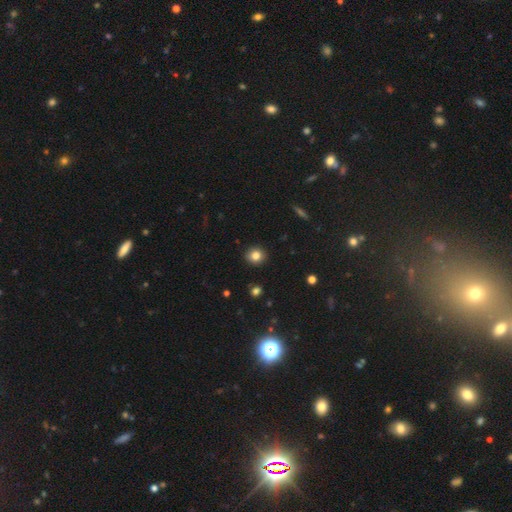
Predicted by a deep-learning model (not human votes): This is clearly a smooth galaxy (82%). How rounded: clearly round (85%). Merging: clearly none (91%).